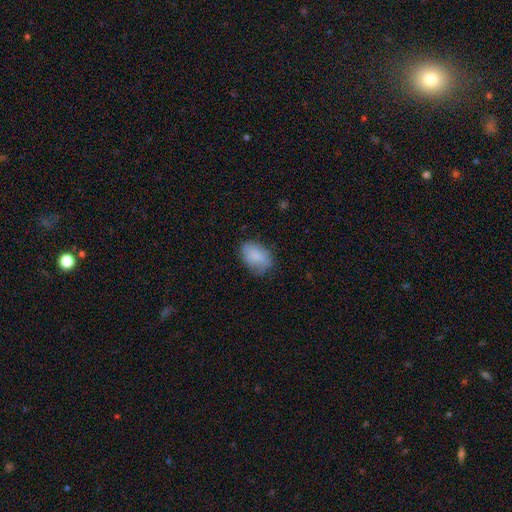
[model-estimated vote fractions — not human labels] Smooth or featured? smooth (82%)
How rounded? in between (84%)
Merging? none (68%)